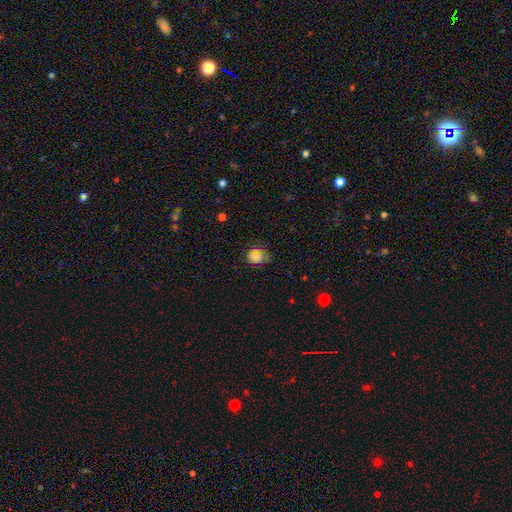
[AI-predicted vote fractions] Smooth or featured?
  - smooth: 65% *
  - star or artifact: 28%
  - featured or disk: 8%
How rounded?
  - round: 69% *
  - in between: 29%
  - cigar-shaped: 2%
Merging?
  - none: 76% *
  - minor disturbance: 17%
  - major disturbance: 5%
  - merger: 2%